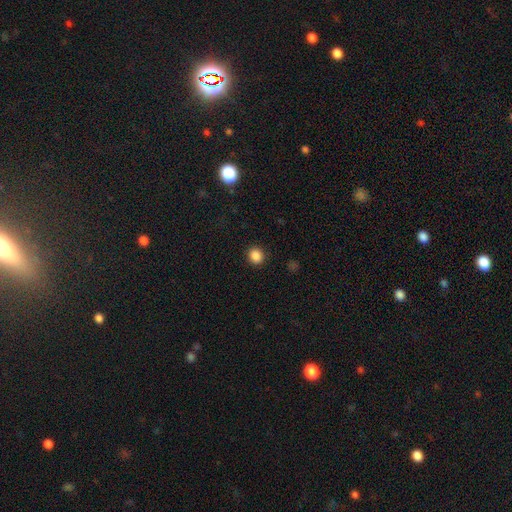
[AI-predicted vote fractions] Morphology: type=smooth (87%); roundness=round (77%); merging=none (91%).